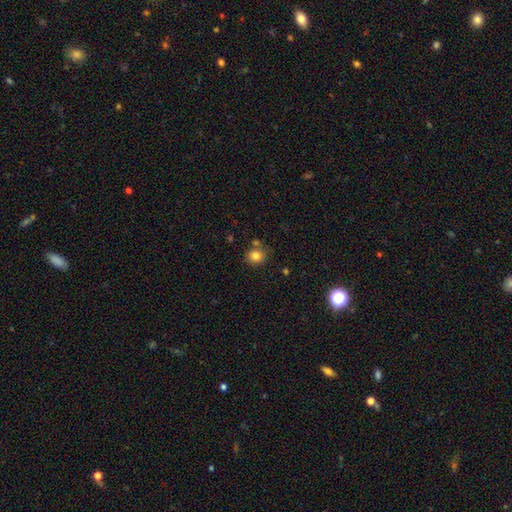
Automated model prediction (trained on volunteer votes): Morphology: type=smooth (82%); roundness=round (79%); merging=none (74%).